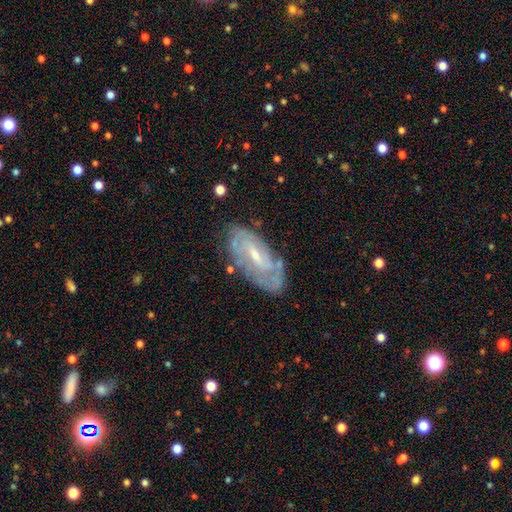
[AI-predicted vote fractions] featured or disk 77%, smooth 17%, star or artifact 6%. Down the decision tree: edge-on disk — no (91%); bar — weak (51%); spiral arms — yes (83%); spiral arm count — can't tell (43%); spiral winding — tight (58%); bulge size — small (64%); merging — none (71%).